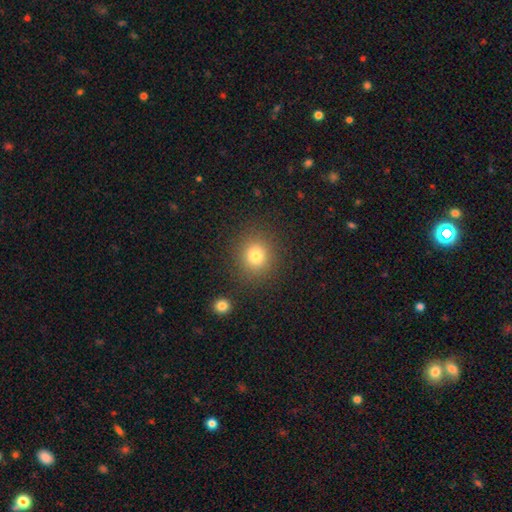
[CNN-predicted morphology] This is likely a smooth galaxy (79%). How rounded: clearly round (86%). Merging: clearly none (87%).